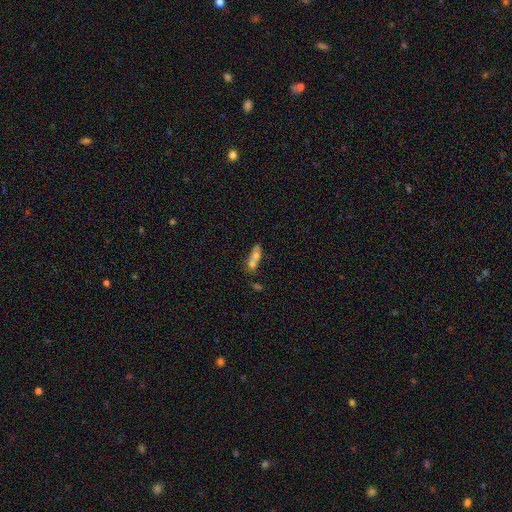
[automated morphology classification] smooth-or-featured: smooth: 60% | featured or disk: 30% | star or artifact: 10%
  how-rounded: in between: 61% | cigar-shaped: 28% | round: 11%
  merging: merger: 54% | none: 29% | minor disturbance: 11% | major disturbance: 6%